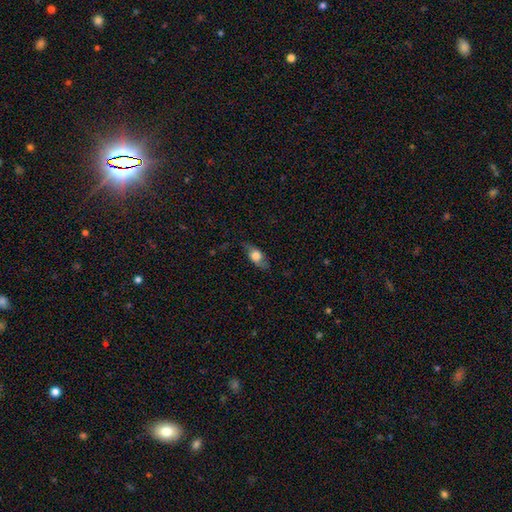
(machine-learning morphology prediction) Q: Smooth or featured?
A: smooth (63%); runner-up: featured or disk (29%)
Q: How rounded?
A: in between (78%); runner-up: cigar-shaped (12%)
Q: Merging?
A: none (71%); runner-up: minor disturbance (22%)